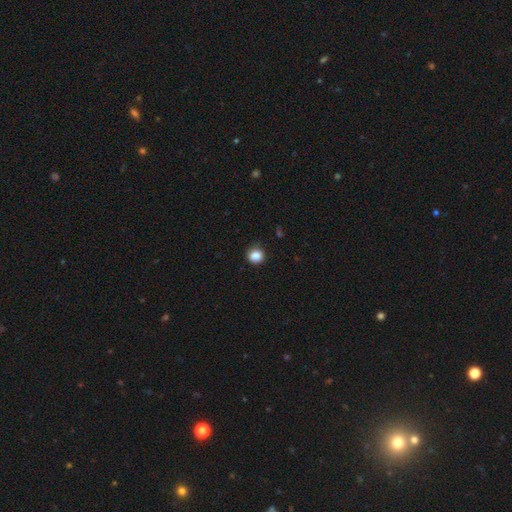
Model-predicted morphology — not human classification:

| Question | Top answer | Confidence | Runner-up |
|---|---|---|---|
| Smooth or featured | smooth | 86% | star or artifact (11%) |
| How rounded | round | 89% | in between (10%) |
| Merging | none | 86% | minor disturbance (11%) |